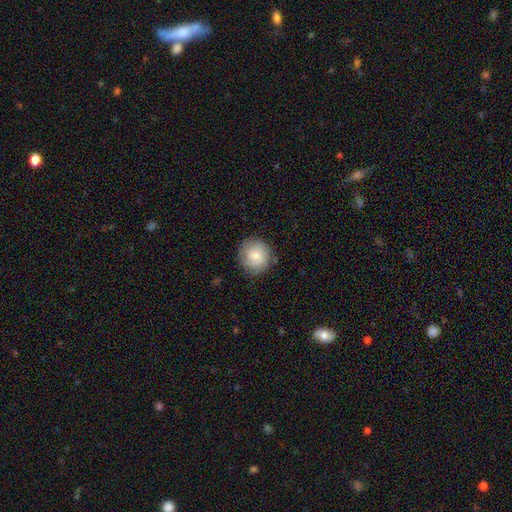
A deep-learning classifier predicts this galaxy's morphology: Smooth or featured: smooth — 79% (featured or disk — 14%)
How rounded: round — 90% (in between — 9%)
Merging: none — 82% (minor disturbance — 13%)